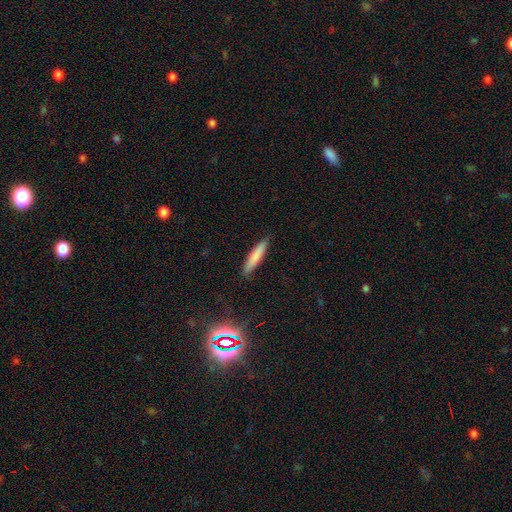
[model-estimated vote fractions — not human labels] Morphology: type=smooth (80%); roundness=cigar-shaped (87%); merging=none (88%).